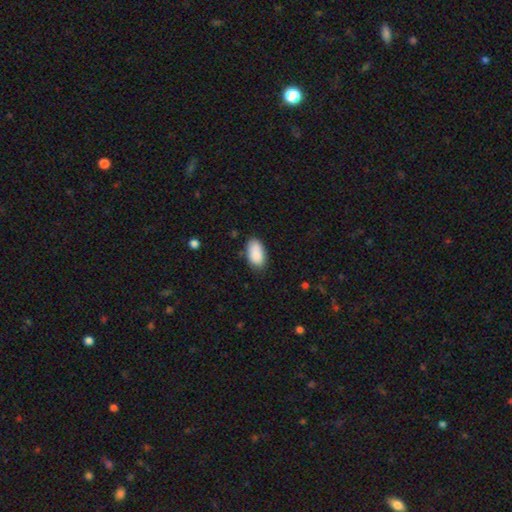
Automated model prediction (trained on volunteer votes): A smooth galaxy with no disk features (89%) that is in between round and cigar-shaped (94%). Merging: none (78%).